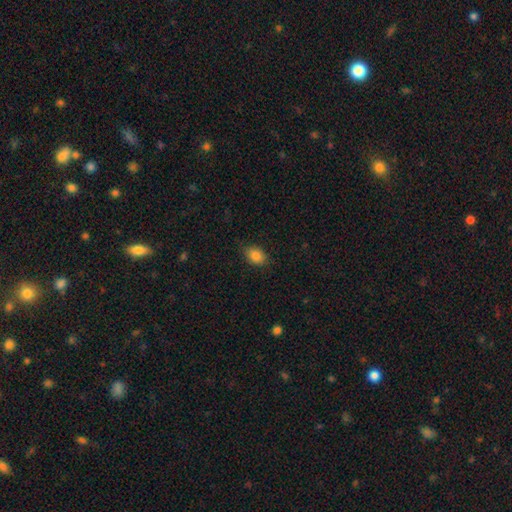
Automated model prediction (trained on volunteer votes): Q: Smooth or featured?
A: smooth (85%); runner-up: star or artifact (9%)
Q: How rounded?
A: in between (73%); runner-up: round (25%)
Q: Merging?
A: none (80%); runner-up: minor disturbance (16%)